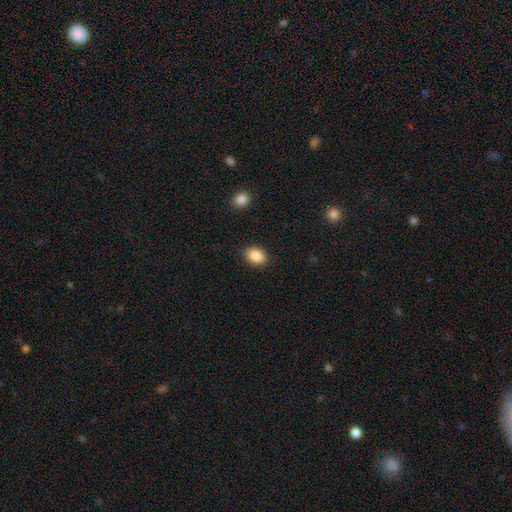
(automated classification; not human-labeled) This is clearly a smooth galaxy (87%). How rounded: likely in between (74%). Merging: clearly none (88%).